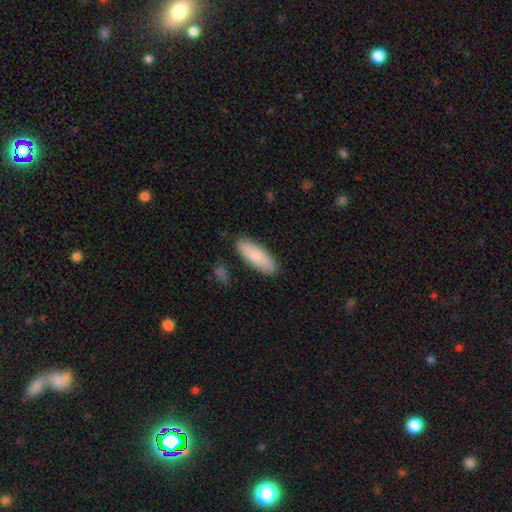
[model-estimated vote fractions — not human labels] A smooth galaxy with no disk features (85%) that is in between round and cigar-shaped (60%).

Vote fractions:
- Smooth or featured? smooth: 85% / featured or disk: 10% / star or artifact: 5%
- How rounded? in between: 60% / cigar-shaped: 38% / round: 2%
- Merging? none: 86% / minor disturbance: 10% / major disturbance: 2% / merger: 2%